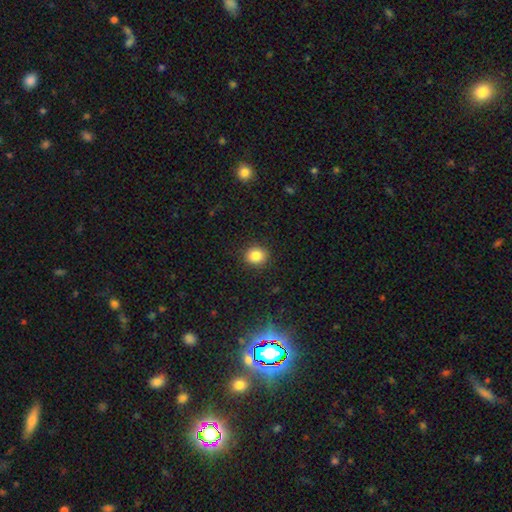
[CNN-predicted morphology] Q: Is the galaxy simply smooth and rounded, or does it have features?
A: smooth — 83%.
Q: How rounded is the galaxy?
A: round — 78%.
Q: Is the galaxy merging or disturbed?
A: none — 89%.